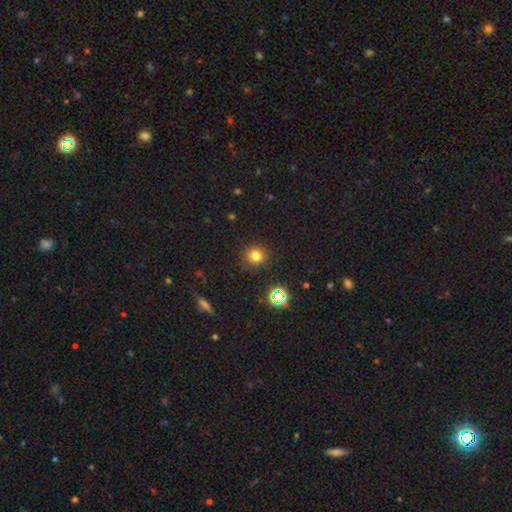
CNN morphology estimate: type=smooth (75%); roundness=round (91%); merging=none (88%).